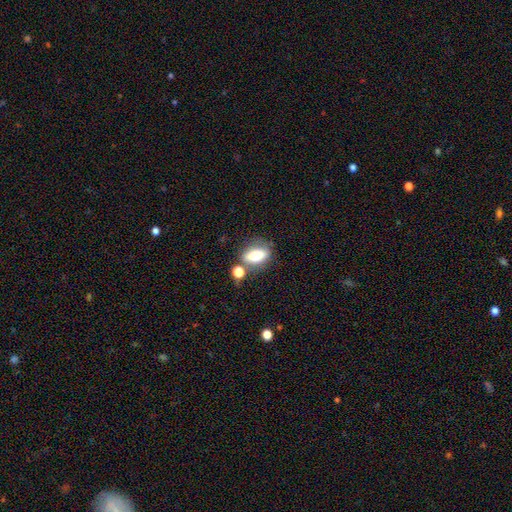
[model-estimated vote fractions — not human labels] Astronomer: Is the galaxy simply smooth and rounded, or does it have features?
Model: smooth — 75%.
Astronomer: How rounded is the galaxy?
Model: in between — 82%.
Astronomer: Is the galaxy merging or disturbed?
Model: none — 59%.